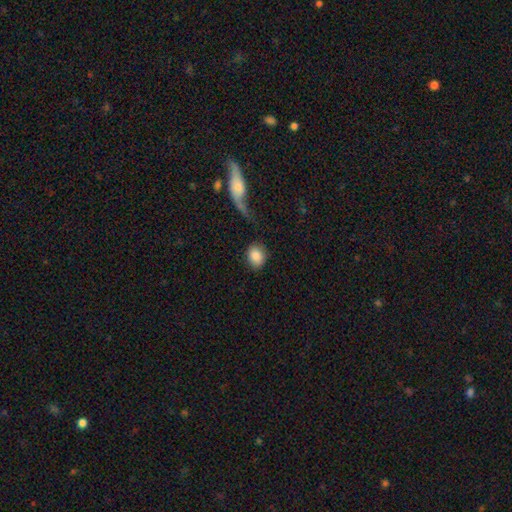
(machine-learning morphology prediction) Smooth or featured? smooth (85%)
How rounded? round (58%)
Merging? none (74%)